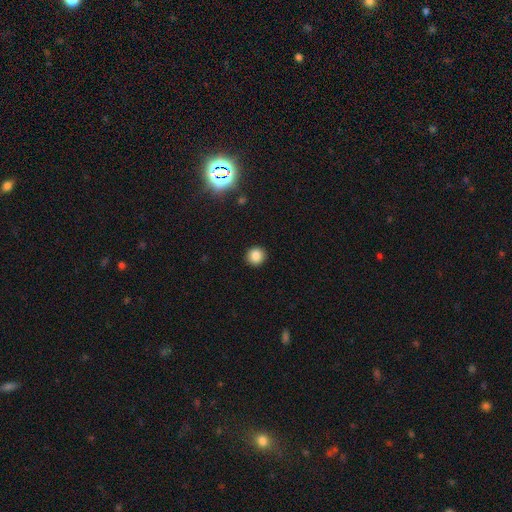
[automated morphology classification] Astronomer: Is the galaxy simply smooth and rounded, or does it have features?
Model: smooth — 85%.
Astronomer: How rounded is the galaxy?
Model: round — 93%.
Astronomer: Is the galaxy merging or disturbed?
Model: none — 92%.